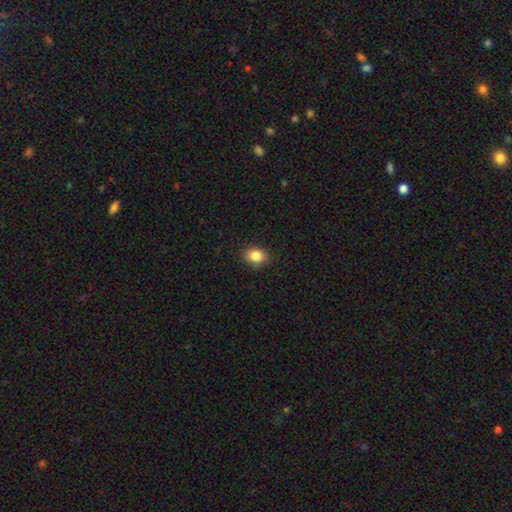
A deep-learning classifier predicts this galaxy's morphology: Overall: smooth (86%). How rounded: in between (62%; round 37%). Merging: none (87%).